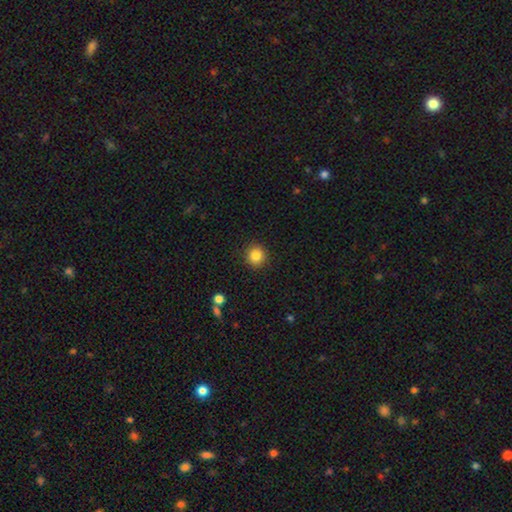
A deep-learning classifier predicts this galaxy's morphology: Q: Smooth or featured?
A: smooth (86%); runner-up: star or artifact (10%)
Q: How rounded?
A: round (91%); runner-up: in between (8%)
Q: Merging?
A: none (90%); runner-up: minor disturbance (6%)